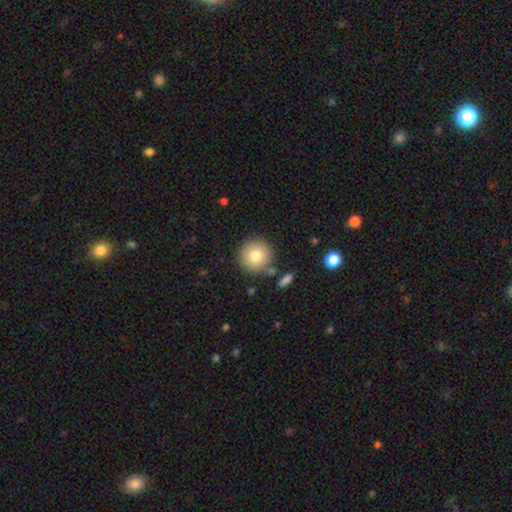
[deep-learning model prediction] Morphology: type=smooth (80%); roundness=round (95%); merging=none (84%).